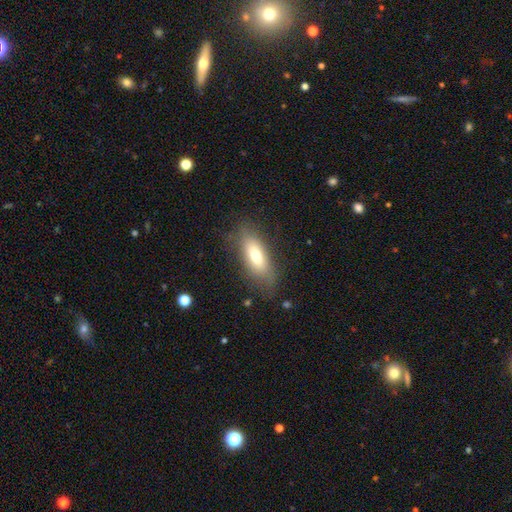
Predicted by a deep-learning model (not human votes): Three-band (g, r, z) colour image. It shows a smooth galaxy with no disk features (70%) that is in between round and cigar-shaped (73%). Merging: none (76%).